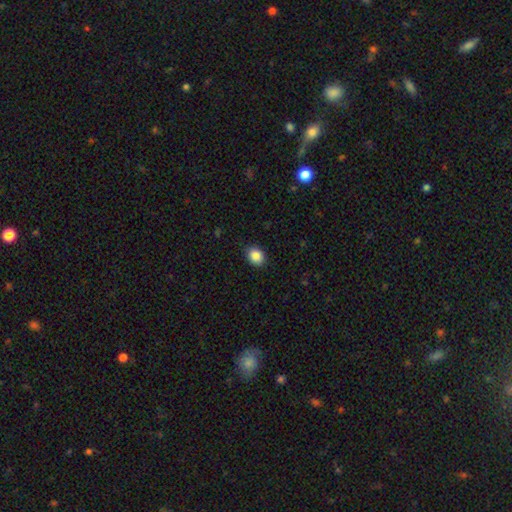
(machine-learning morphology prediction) The model was most divided on "how rounded": in between: 50%, round: 49%, cigar-shaped: 1%. More confident: merging — none (90%); smooth or featured — smooth (87%).